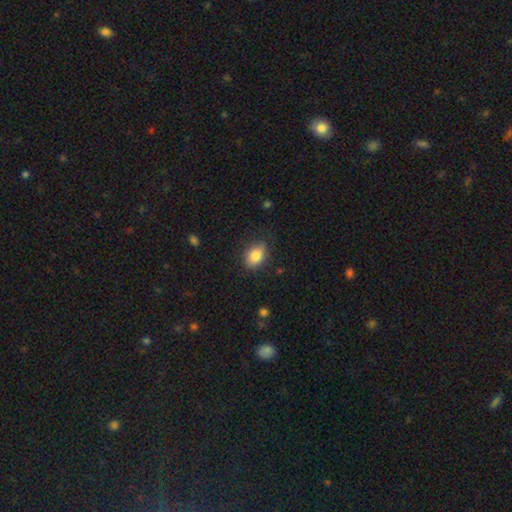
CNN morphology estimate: Smooth or featured? smooth (84%)
How rounded? in between (82%)
Merging? none (79%)